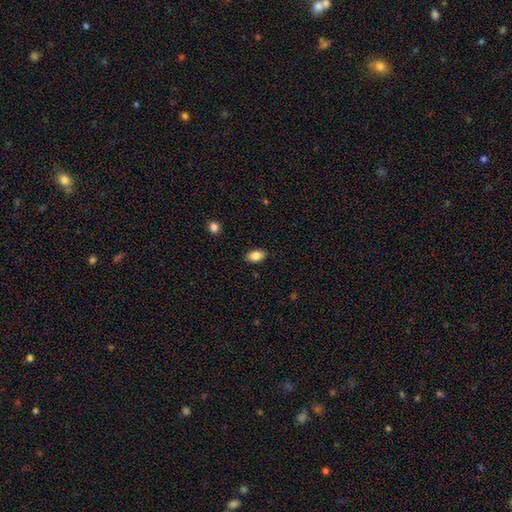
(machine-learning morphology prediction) Smooth or featured: smooth — 85% (star or artifact — 8%)
How rounded: in between — 90% (round — 8%)
Merging: none — 88% (minor disturbance — 9%)